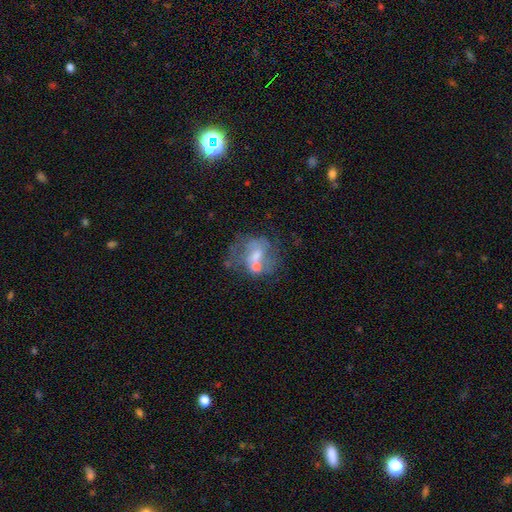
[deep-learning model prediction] smooth-or-featured: featured or disk: 58% | smooth: 30% | star or artifact: 12%
  disk-edge-on: no: 97% | yes: 3%
    bar: no: 66% | weak: 26% | strong: 7%
    has-spiral-arms: no: 61% | yes: 39%
    bulge-size: moderate: 46% | small: 35% | none: 12% | large: 6% | dominant: 2%
  merging: merger: 35% | none: 33% | major disturbance: 17% | minor disturbance: 16%